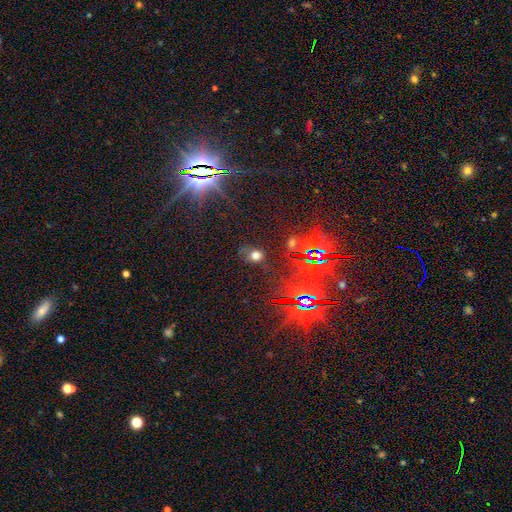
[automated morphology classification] smooth 56%, star or artifact 32%, featured or disk 12%. Down the decision tree: how rounded — round (61%); merging — none (59%).